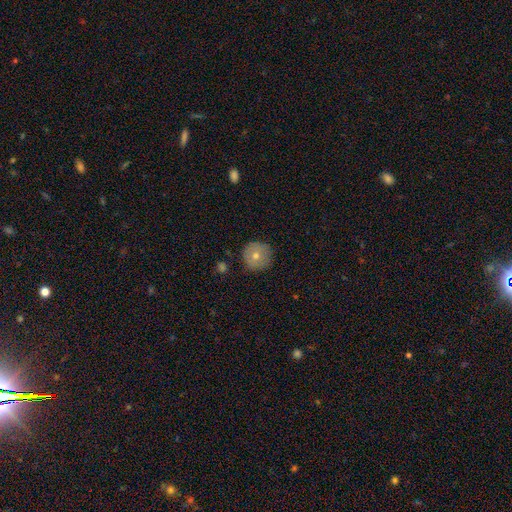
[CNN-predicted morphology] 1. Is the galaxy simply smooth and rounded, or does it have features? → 64% smooth, 27% featured or disk, 9% star or artifact.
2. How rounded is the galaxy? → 96% round, 3% in between, 1% cigar-shaped.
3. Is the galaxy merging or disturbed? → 88% none, 8% minor disturbance, 2% major disturbance, 1% merger.